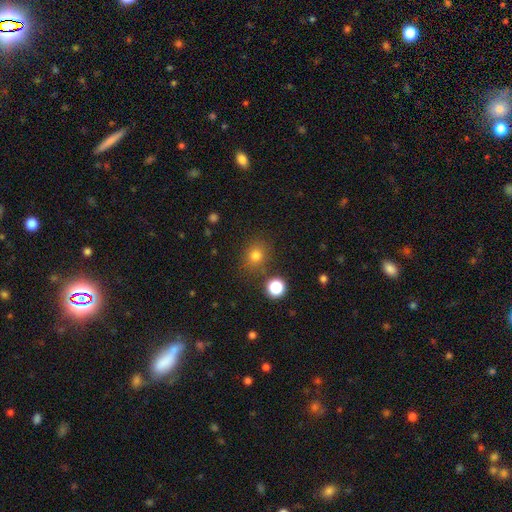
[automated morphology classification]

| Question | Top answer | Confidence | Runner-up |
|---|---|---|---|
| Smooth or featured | smooth | 77% | star or artifact (16%) |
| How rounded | round | 77% | in between (22%) |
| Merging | none | 81% | minor disturbance (10%) |